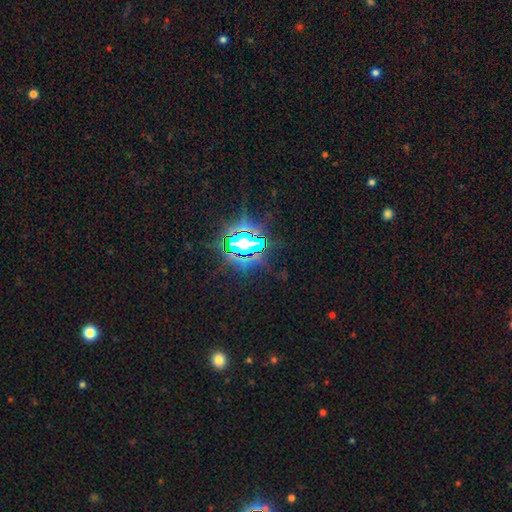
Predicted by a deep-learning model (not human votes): Smooth or featured? Predicted: star or artifact (p=0.76).